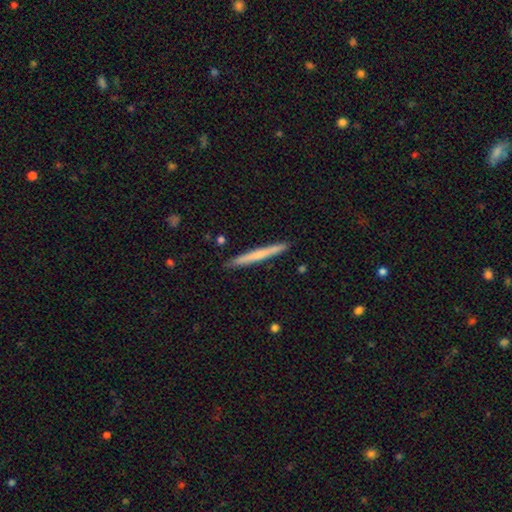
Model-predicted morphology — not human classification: smooth_or_featured: smooth (p=0.50) [alt: featured or disk p=0.44]
merging: none (p=0.91) [alt: minor disturbance p=0.06]